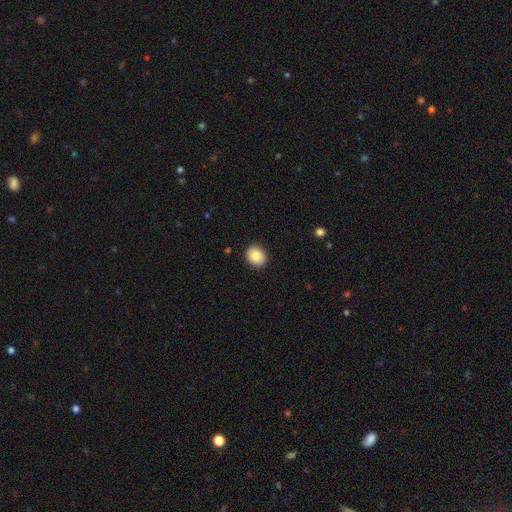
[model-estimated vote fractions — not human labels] Morphology: type=smooth (85%); roundness=round (65%); merging=none (90%).